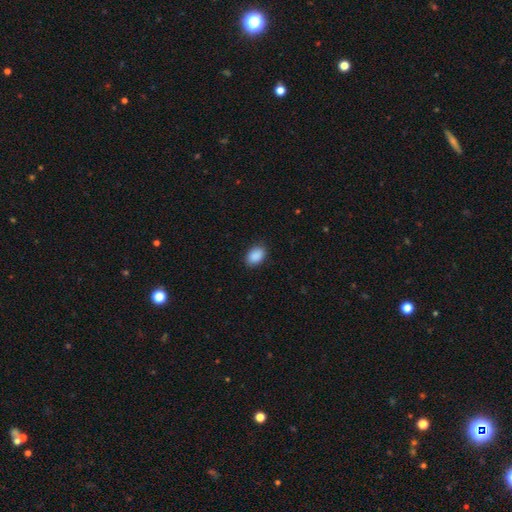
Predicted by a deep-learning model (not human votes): A smooth galaxy with no disk features (90%) that is in between round and cigar-shaped (85%).

Vote fractions:
- Smooth or featured? smooth: 90% / star or artifact: 7% / featured or disk: 3%
- How rounded? in between: 85% / round: 14% / cigar-shaped: 1%
- Merging? none: 88% / minor disturbance: 9% / major disturbance: 2% / merger: 1%